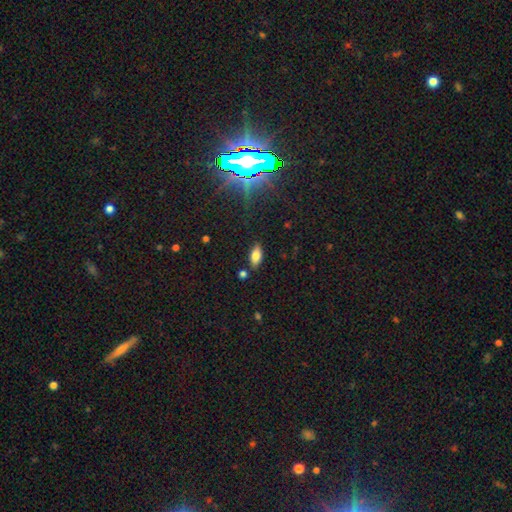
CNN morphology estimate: The model was most divided on "smooth or featured": smooth: 76%, featured or disk: 14%, star or artifact: 10%. More confident: how rounded — in between (87%); merging — none (83%).